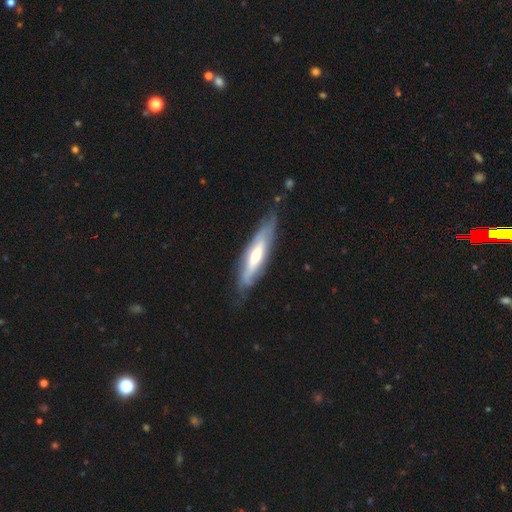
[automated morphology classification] This is likely a featured or disk galaxy (62%). It is possibly viewed edge-on (55%). Merging: likely none (67%).